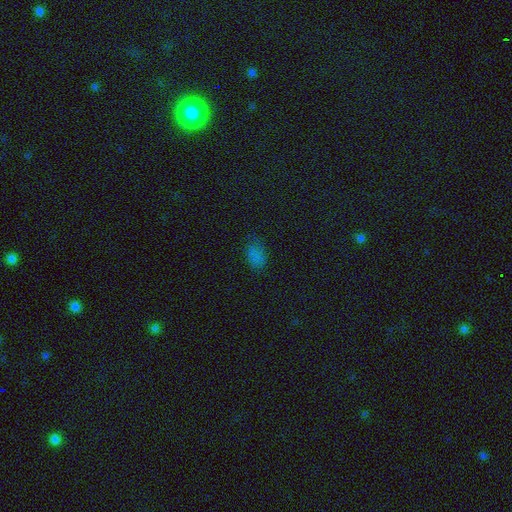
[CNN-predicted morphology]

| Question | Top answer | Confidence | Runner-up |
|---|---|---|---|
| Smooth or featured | smooth | 73% | star or artifact (21%) |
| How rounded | in between | 89% | round (9%) |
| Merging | none | 63% | minor disturbance (26%) |